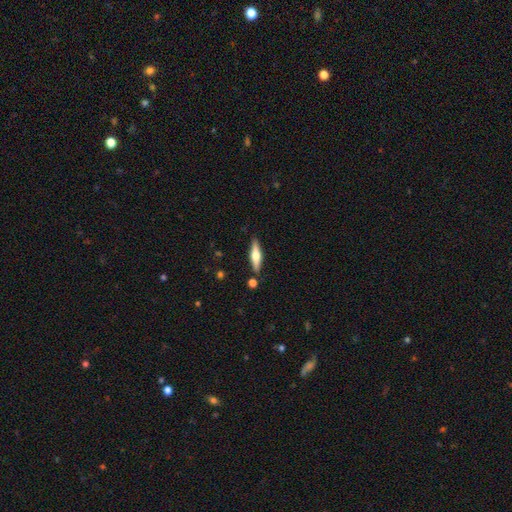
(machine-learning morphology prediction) Smooth or featured?
  - featured or disk: 56% *
  - smooth: 38%
  - star or artifact: 6%
Edge-on disk?
  - yes: 95% *
  - no: 5%
Edge-on bulge?
  - rounded: 93% *
  - boxy: 5%
  - none: 3%
Merging?
  - none: 86% *
  - minor disturbance: 8%
  - merger: 3%
  - major disturbance: 2%